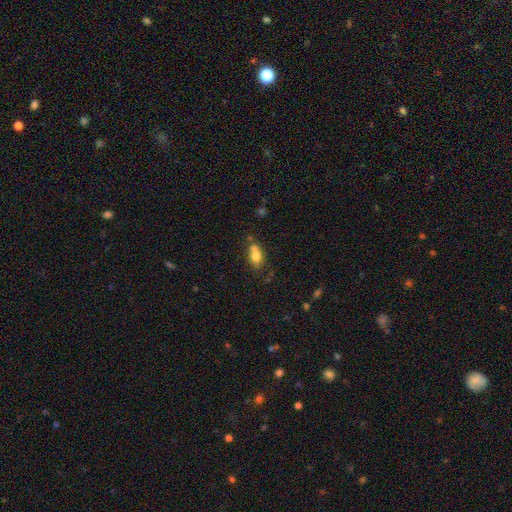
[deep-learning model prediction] Overall: smooth (73%). How rounded: in between (70%). Merging: none (44%; merger 35%).